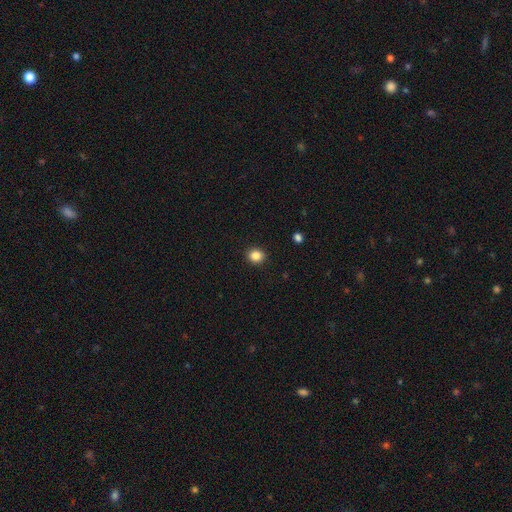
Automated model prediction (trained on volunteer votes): A smooth galaxy with no disk features (86%) that is round (78%). Merging: none (91%).